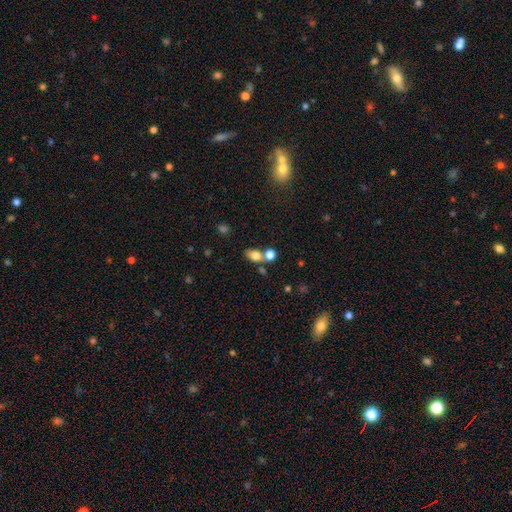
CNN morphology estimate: A smooth galaxy with no disk features (77%) that is in between round and cigar-shaped (78%).

Vote fractions:
- Smooth or featured? smooth: 77% / featured or disk: 13% / star or artifact: 10%
- How rounded? in between: 78% / round: 19% / cigar-shaped: 3%
- Merging? none: 52% / merger: 33% / minor disturbance: 11% / major disturbance: 4%